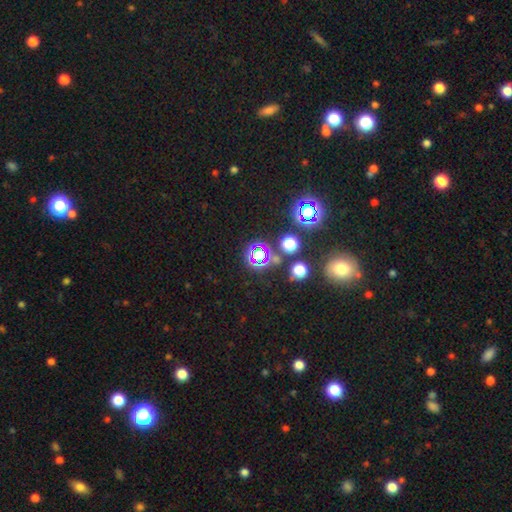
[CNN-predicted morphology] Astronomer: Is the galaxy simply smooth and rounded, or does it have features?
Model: star or artifact — 65%.